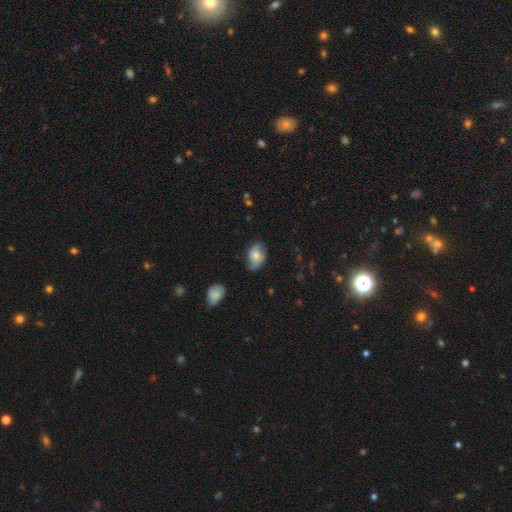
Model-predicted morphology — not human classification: This is likely a smooth galaxy (66%). How rounded: clearly in between (86%). Merging: likely none (65%).